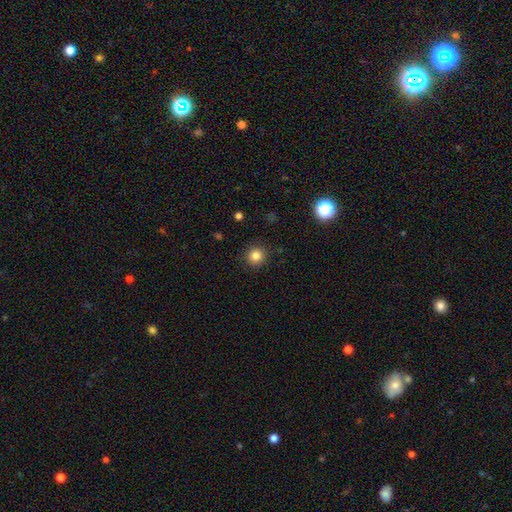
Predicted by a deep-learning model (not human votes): smooth 83%, star or artifact 12%, featured or disk 5%. Down the decision tree: how rounded — round (93%); merging — none (90%).